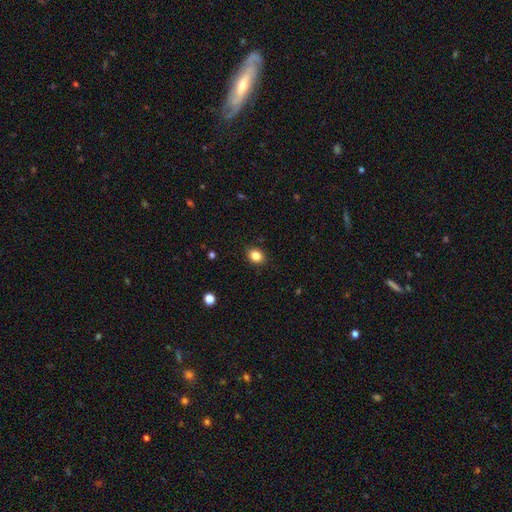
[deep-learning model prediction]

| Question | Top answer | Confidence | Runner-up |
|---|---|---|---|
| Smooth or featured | smooth | 85% | star or artifact (10%) |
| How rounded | in between | 54% | round (45%) |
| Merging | none | 89% | minor disturbance (8%) |